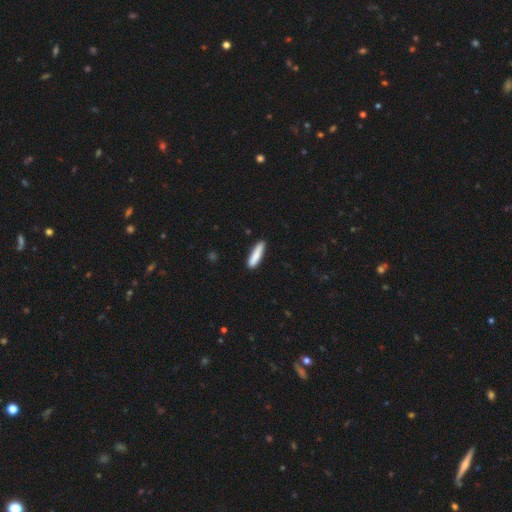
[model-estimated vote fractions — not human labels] Q: Smooth or featured?
A: smooth (85%); runner-up: featured or disk (9%)
Q: How rounded?
A: cigar-shaped (85%); runner-up: in between (14%)
Q: Merging?
A: none (87%); runner-up: minor disturbance (10%)